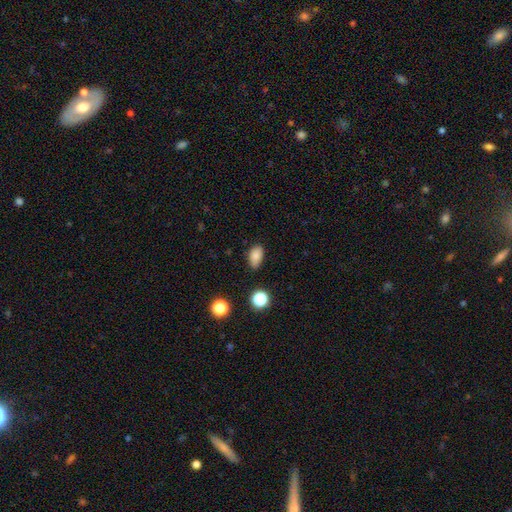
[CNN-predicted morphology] Smooth or featured: smooth — 83% (star or artifact — 11%)
How rounded: in between — 87% (round — 11%)
Merging: none — 76% (minor disturbance — 18%)